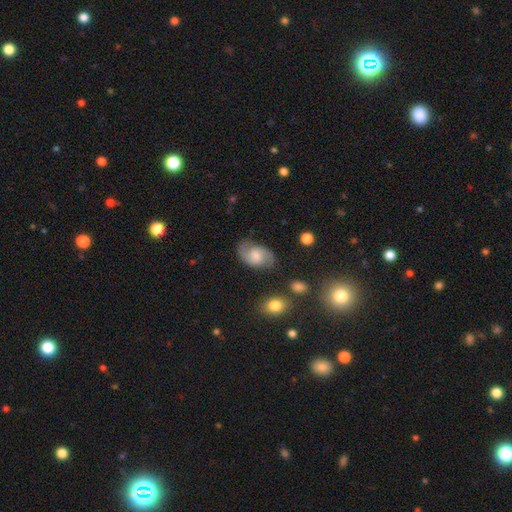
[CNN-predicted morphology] The model was most divided on "bar": no: 48%, weak: 44%, strong: 8%. Remaining: edge-on disk — no (97%); spiral arms — yes (92%); spiral arm count — 2 (90%); merging — none (76%); smooth or featured — featured or disk (67%); spiral winding — medium (52%); bulge size — moderate (37%).